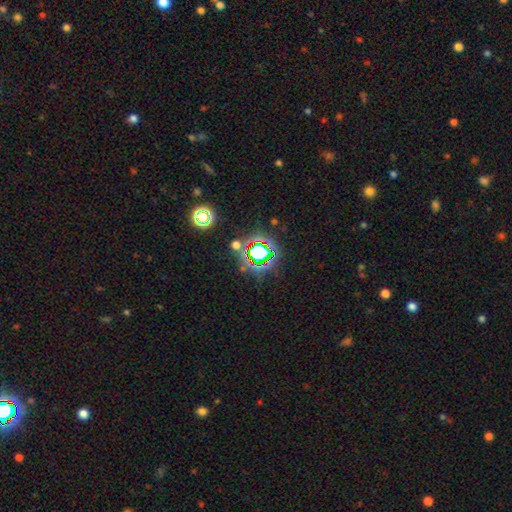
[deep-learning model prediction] Smooth or featured: star or artifact — 67% (smooth — 22%)